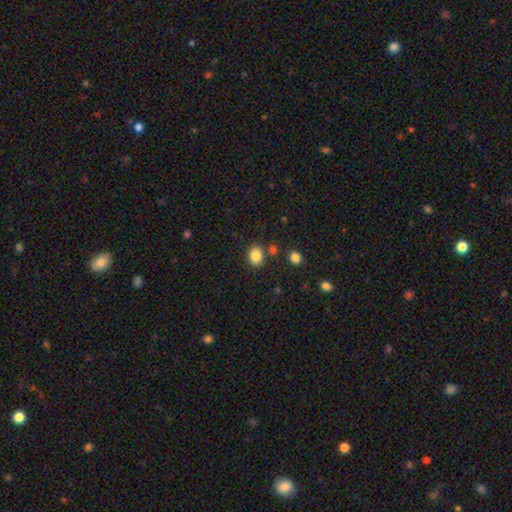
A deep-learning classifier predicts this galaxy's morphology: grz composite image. It shows a smooth galaxy with no disk features (85%) that is in between round and cigar-shaped (68%). Merging: none (79%).